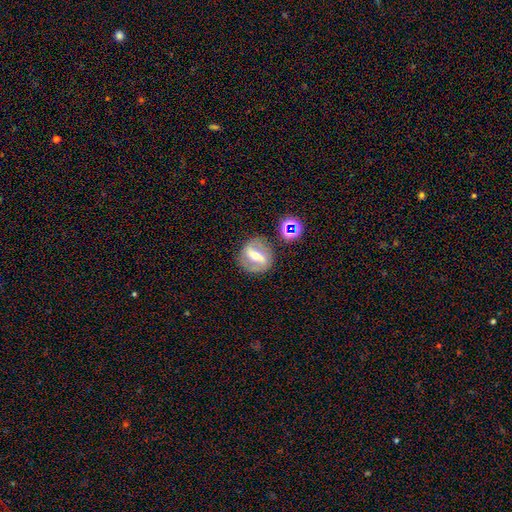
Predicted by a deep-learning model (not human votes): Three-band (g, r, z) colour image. It shows a featured or disk galaxy (72%) with a strong bar (68%), spiral arms (69%) and a moderate central bulge (55%). Merging: none (80%).